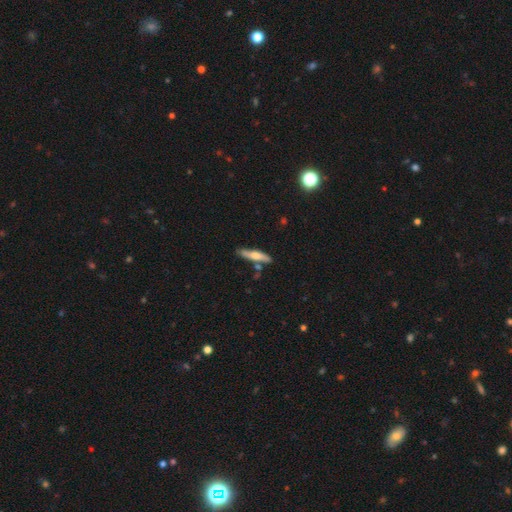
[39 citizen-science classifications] Q: Smooth or featured?
A: smooth (59%); runner-up: featured or disk (36%)
Q: How rounded?
A: cigar-shaped (83%); runner-up: in between (13%)
Q: Merging?
A: none (81%); runner-up: minor disturbance (11%)